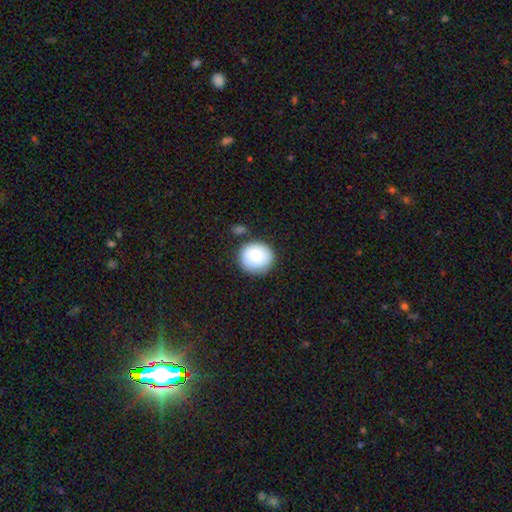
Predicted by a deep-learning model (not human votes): A smooth galaxy with no disk features (78%) that is round (84%).

Vote fractions:
- Smooth or featured? smooth: 78% / featured or disk: 15% / star or artifact: 7%
- How rounded? round: 84% / in between: 15% / cigar-shaped: 1%
- Merging? none: 75% / minor disturbance: 15% / merger: 7% / major disturbance: 4%